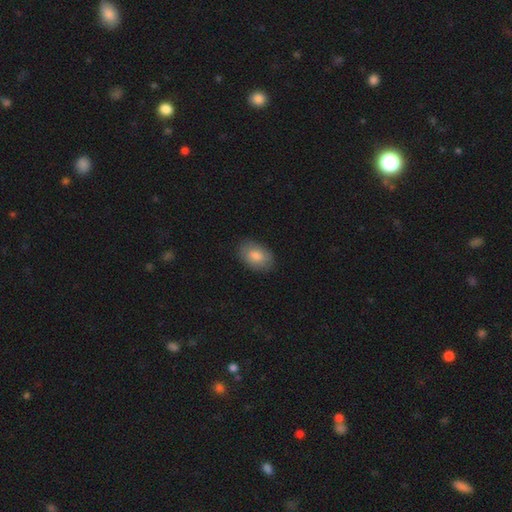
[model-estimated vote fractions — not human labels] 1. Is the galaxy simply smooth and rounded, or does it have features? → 82% smooth, 11% featured or disk, 8% star or artifact.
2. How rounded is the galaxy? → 89% in between, 10% round, 1% cigar-shaped.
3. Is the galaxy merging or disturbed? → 84% none, 12% minor disturbance, 3% major disturbance, 1% merger.